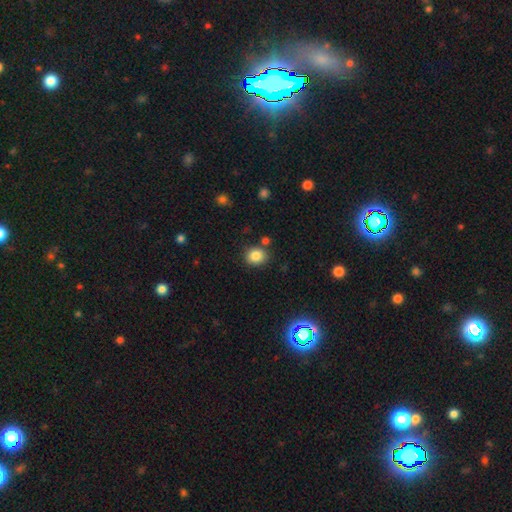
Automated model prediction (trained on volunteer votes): Smooth or featured? Predicted: smooth (p=0.83). How rounded? Predicted: round (p=0.74). Merging? Predicted: none (p=0.81).